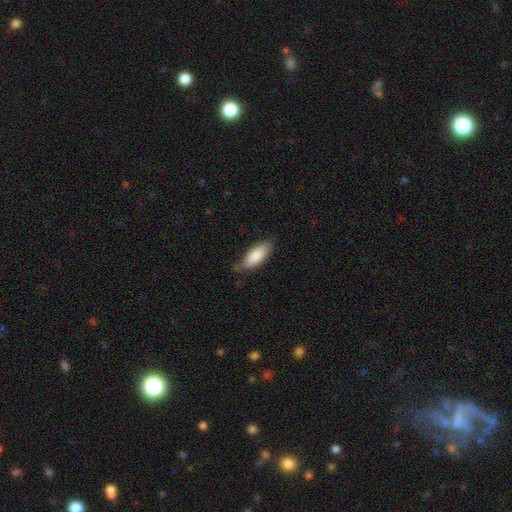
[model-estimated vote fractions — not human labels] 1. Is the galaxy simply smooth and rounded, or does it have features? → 84% smooth, 11% featured or disk, 6% star or artifact.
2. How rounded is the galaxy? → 71% in between, 27% cigar-shaped, 2% round.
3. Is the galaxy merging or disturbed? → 72% none, 23% minor disturbance, 4% major disturbance, 2% merger.